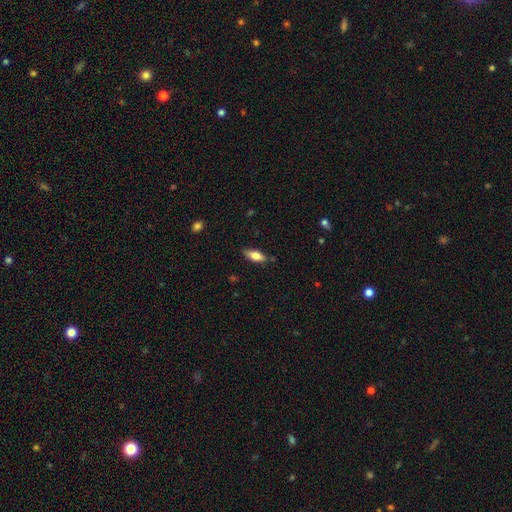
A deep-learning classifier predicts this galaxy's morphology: Smooth or featured: smooth — 69% (featured or disk — 25%)
How rounded: in between — 72% (cigar-shaped — 26%)
Merging: none — 81% (minor disturbance — 15%)